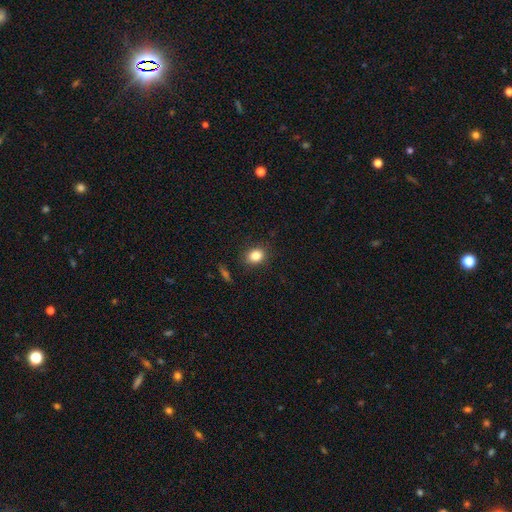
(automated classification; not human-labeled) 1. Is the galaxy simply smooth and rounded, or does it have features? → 83% smooth, 11% star or artifact, 6% featured or disk.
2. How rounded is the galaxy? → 53% round, 46% in between, 1% cigar-shaped.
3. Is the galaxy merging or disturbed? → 87% none, 10% minor disturbance, 3% major disturbance, 1% merger.